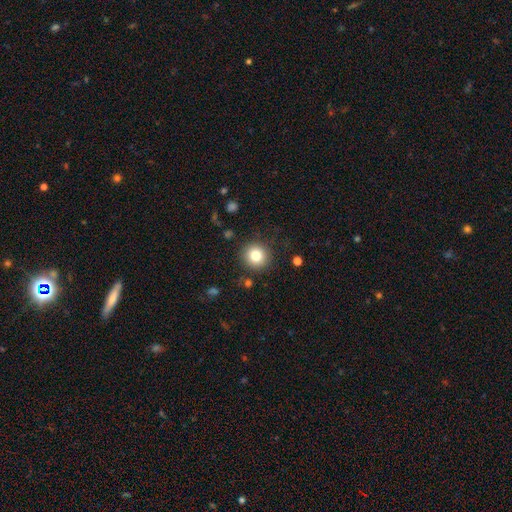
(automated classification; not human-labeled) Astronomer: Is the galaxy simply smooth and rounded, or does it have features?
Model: smooth — 80%.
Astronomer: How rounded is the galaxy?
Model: round — 93%.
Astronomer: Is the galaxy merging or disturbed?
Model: none — 89%.